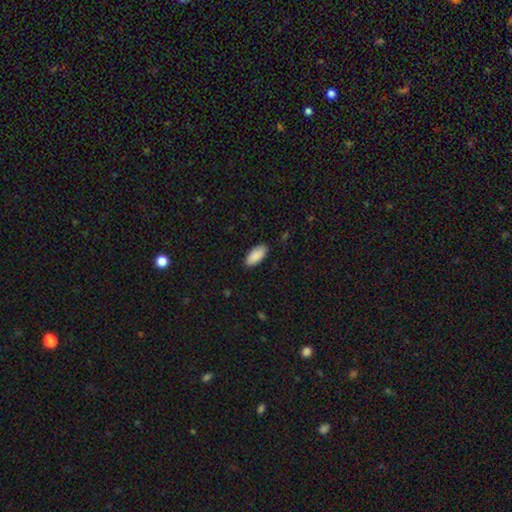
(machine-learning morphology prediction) This appears to be a smooth galaxy with no disk features (90%) that is in between round and cigar-shaped (90%). Merging: none (88%).